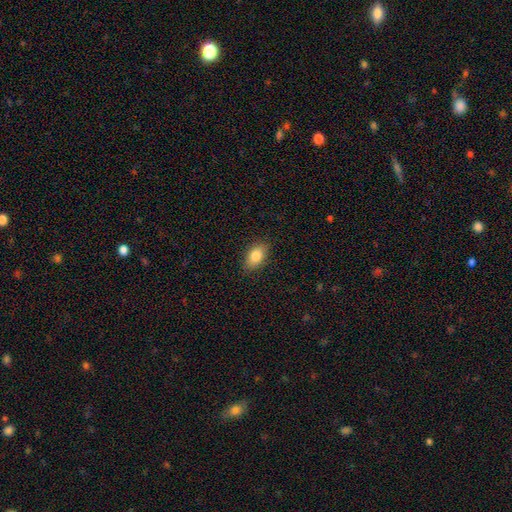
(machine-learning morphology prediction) Overall: smooth (83%). How rounded: in between (90%). Merging: none (87%).